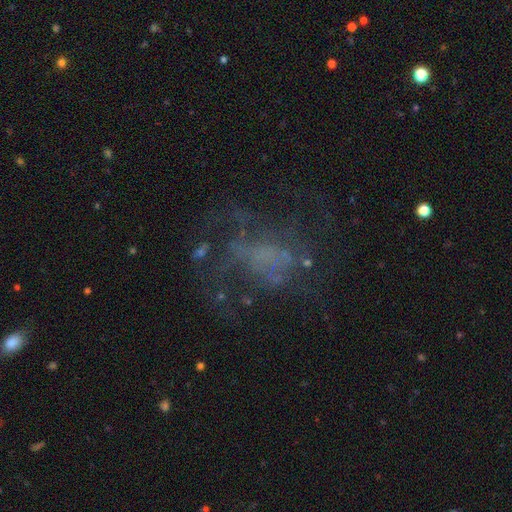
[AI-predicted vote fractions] This appears to be a featured or disk galaxy (53%) with no bar (84%), no spiral arms (75%) and no central bulge (71%). Merging: none (43%).